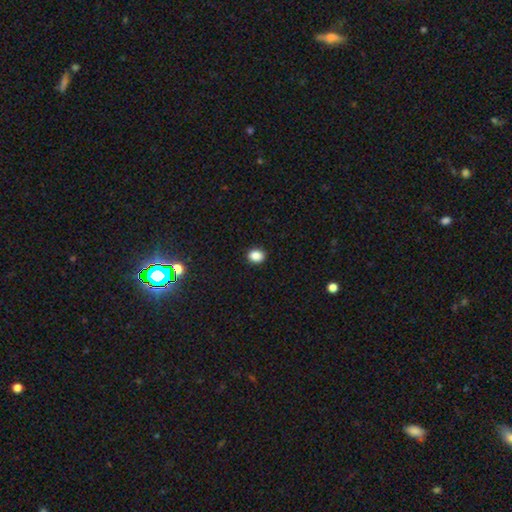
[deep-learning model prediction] Overall: smooth (87%). How rounded: round (54%; in between 45%). Merging: none (91%).